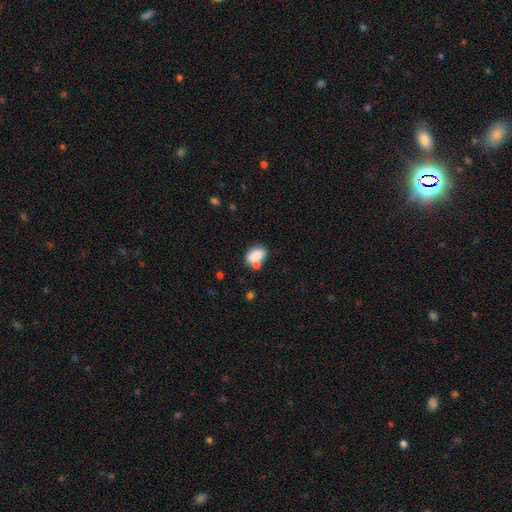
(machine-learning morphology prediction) type=smooth (78%); roundness=in between (77%); merging=none (43%).